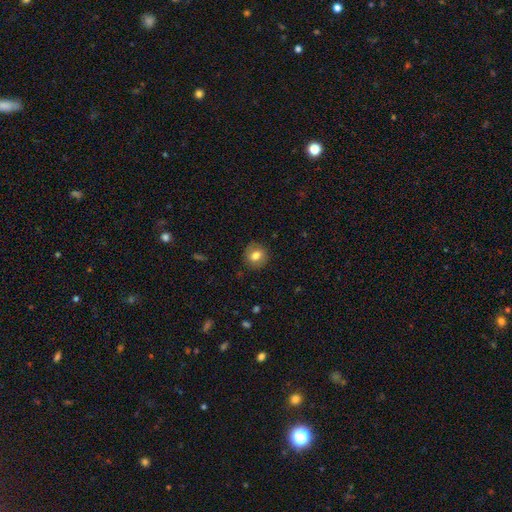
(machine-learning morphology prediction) This is likely a smooth galaxy (77%). How rounded: clearly round (85%). Merging: clearly none (87%).